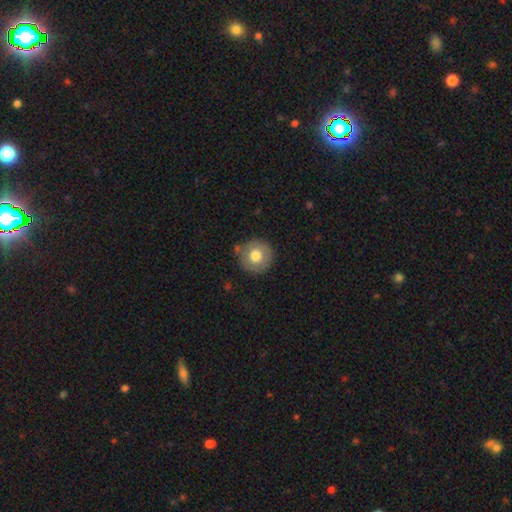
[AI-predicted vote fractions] This is likely a smooth galaxy (71%). How rounded: clearly round (93%). Merging: likely none (78%).